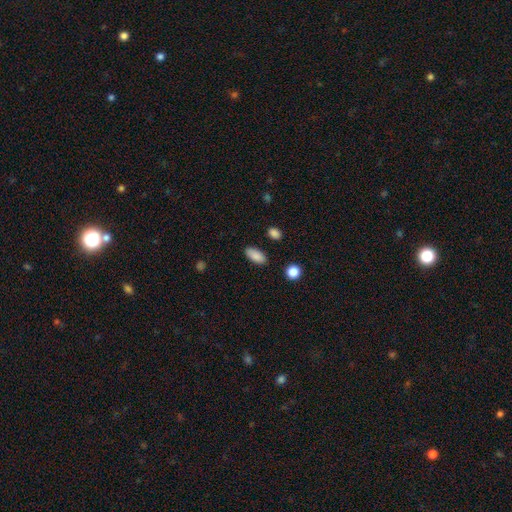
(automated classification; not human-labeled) The model was most divided on "merging": none: 87%, minor disturbance: 9%, major disturbance: 2%, merger: 2%. More confident: how rounded — in between (89%); smooth or featured — smooth (88%).